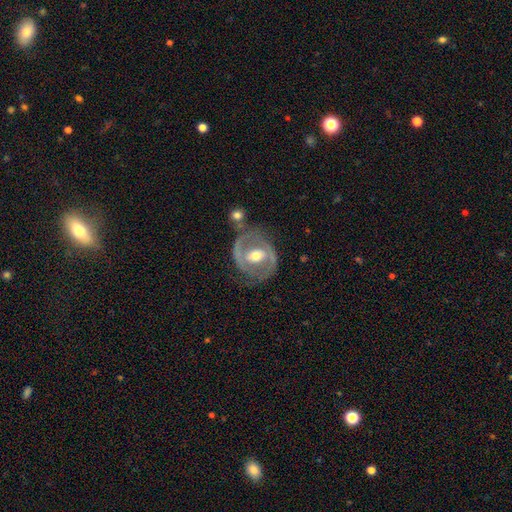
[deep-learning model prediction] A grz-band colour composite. It shows a featured or disk galaxy (77%) with a weak bar (41%), 2 (78%) medium (45%) spiral arms (69%) and a moderate central bulge (76%). Merging: none (62%).